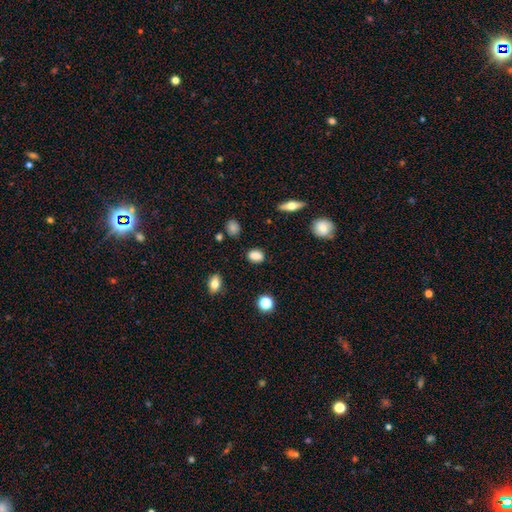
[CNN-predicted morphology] This appears to be a smooth galaxy with no disk features (83%) that is in between round and cigar-shaped (74%). Merging: none (83%).